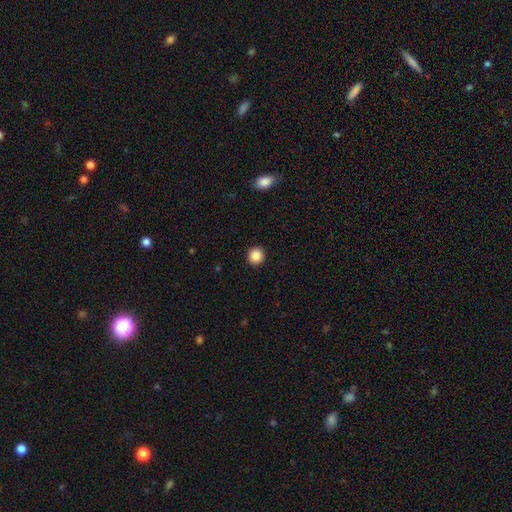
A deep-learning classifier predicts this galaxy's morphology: A smooth galaxy with no disk features (87%) that is round (94%). Merging: none (93%).